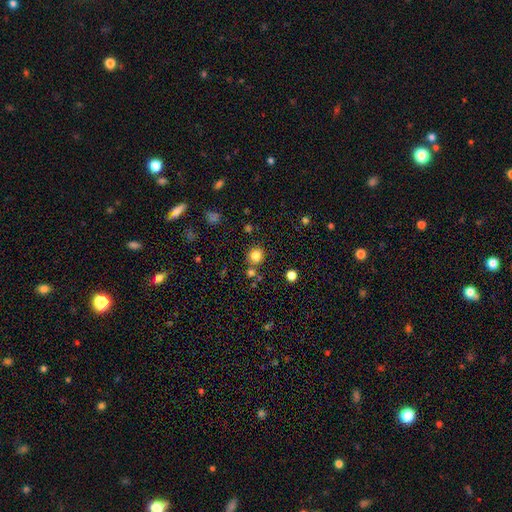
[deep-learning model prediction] This is clearly a smooth galaxy (82%). How rounded: clearly round (91%). Merging: likely none (80%).